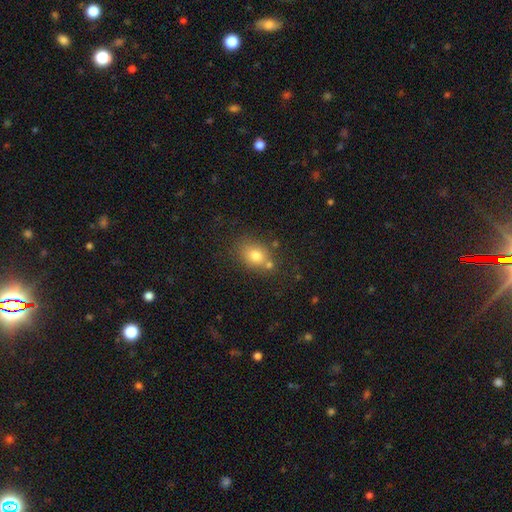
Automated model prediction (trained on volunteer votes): The model was most divided on "how rounded": in between: 56%, round: 42%, cigar-shaped: 1%. More confident: smooth or featured — smooth (77%); merging — none (63%).